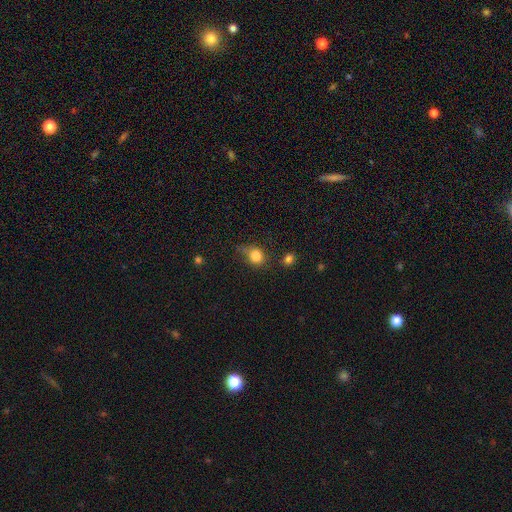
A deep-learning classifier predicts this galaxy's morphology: smooth_or_featured: smooth (p=0.81) [alt: star or artifact p=0.12]
how_rounded: round (p=0.71) [alt: in between p=0.28]
merging: none (p=0.62) [alt: minor disturbance p=0.25]